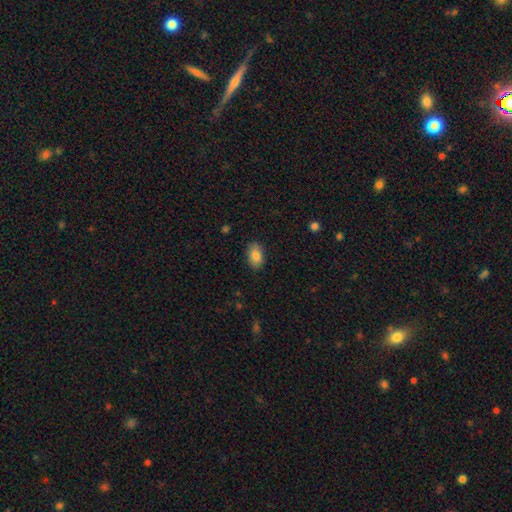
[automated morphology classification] A smooth galaxy with no disk features (84%) that is in between round and cigar-shaped (90%). Merging: none (86%).